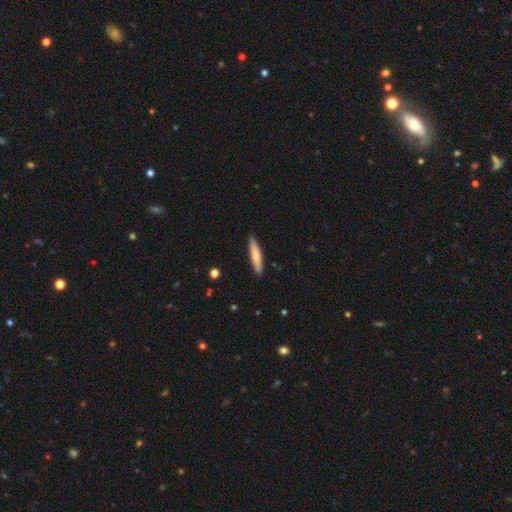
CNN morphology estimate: Overall: smooth (69%). How rounded: cigar-shaped (88%). Merging: none (88%).